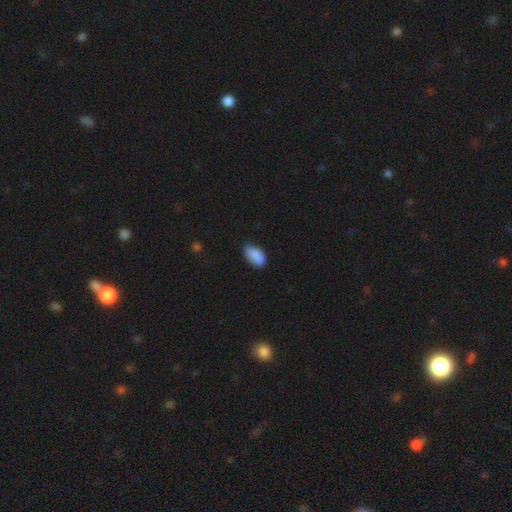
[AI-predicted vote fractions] Morphology: type=smooth (88%); roundness=in between (93%); merging=none (76%).